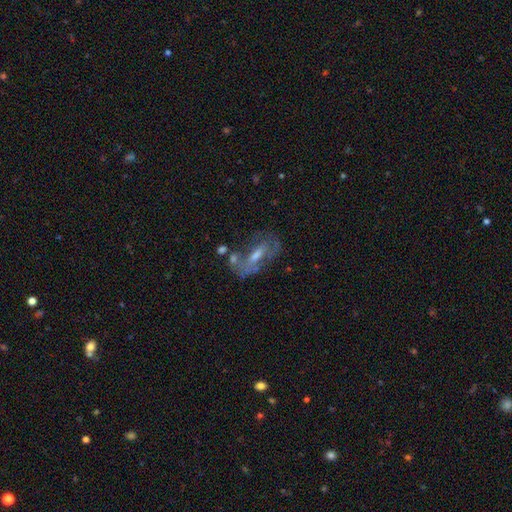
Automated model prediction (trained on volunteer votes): Smooth or featured?
  - featured or disk: 66% *
  - smooth: 21%
  - star or artifact: 13%
Edge-on disk?
  - no: 84% *
  - yes: 16%
Bar?
  - weak: 41% *
  - no: 37%
  - strong: 22%
Spiral arms?
  - yes: 56% *
  - no: 44%
Bulge size?
  - moderate: 50% *
  - small: 38%
  - none: 6%
  - large: 5%
  - dominant: 1%
Merging?
  - none: 54% *
  - minor disturbance: 19%
  - major disturbance: 15%
  - merger: 12%